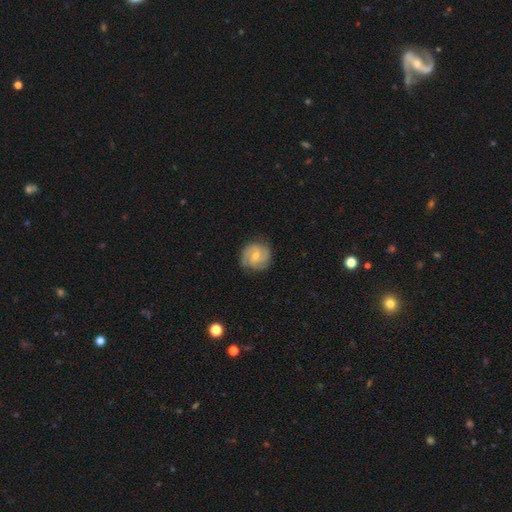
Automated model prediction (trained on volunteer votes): smooth_or_featured: featured or disk (p=0.79) [alt: smooth p=0.16]
disk_edge_on: no (p=0.98) [alt: yes p=0.02]
bar: weak (p=0.51) [alt: no p=0.36]
has_spiral_arms: yes (p=0.96) [alt: no p=0.04]
spiral_winding: tight (p=0.47) [alt: medium p=0.43]
spiral_arm_count: 2 (p=0.48) [alt: 3 p=0.30]
bulge_size: small (p=0.52) [alt: moderate p=0.44]
merging: none (p=0.82) [alt: minor disturbance p=0.14]